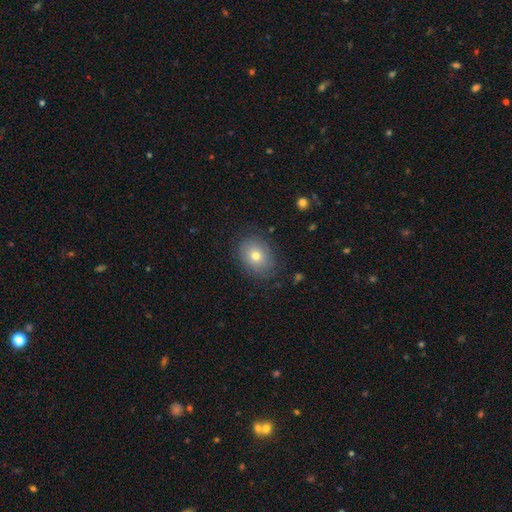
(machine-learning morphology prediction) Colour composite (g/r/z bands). It shows a smooth galaxy with no disk features (72%) that is in between round and cigar-shaped (58%). Merging: none (80%).